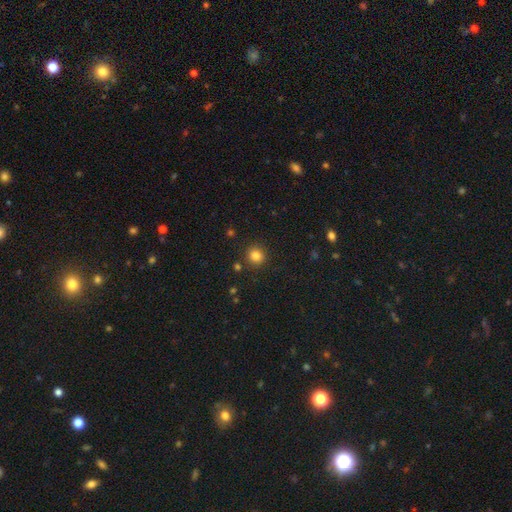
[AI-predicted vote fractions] This is clearly a smooth galaxy (82%). How rounded: clearly round (89%). Merging: clearly none (87%).